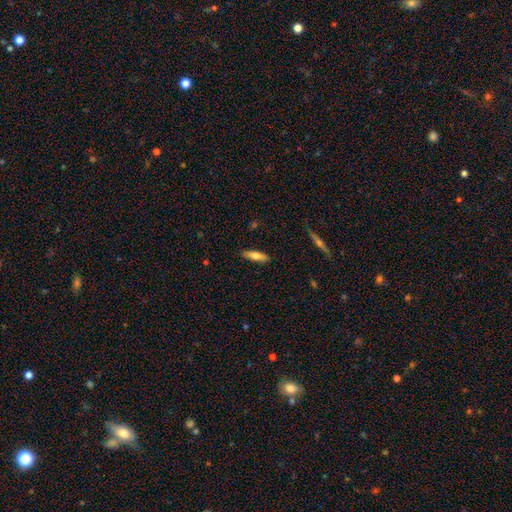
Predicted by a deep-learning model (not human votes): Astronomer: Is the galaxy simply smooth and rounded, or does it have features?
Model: smooth — 68%.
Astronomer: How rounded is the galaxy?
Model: cigar-shaped — 58% (runner-up: in between, 40%).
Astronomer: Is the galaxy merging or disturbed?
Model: none — 88%.